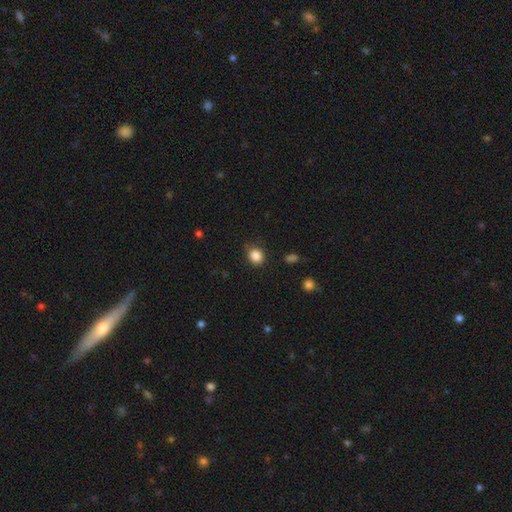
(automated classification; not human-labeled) Smooth or featured?
  - smooth: 86% *
  - star or artifact: 10%
  - featured or disk: 4%
How rounded?
  - round: 60% *
  - in between: 39%
  - cigar-shaped: 1%
Merging?
  - none: 79% *
  - minor disturbance: 16%
  - major disturbance: 4%
  - merger: 2%